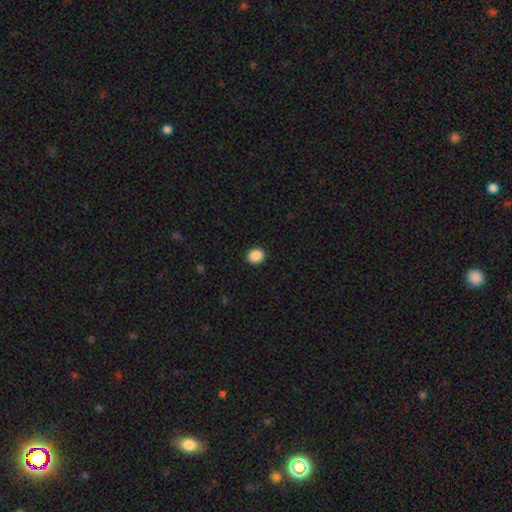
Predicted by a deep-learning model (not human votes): Smooth or featured: smooth — 89% (star or artifact — 8%)
How rounded: round — 69% (in between — 30%)
Merging: none — 92% (minor disturbance — 5%)